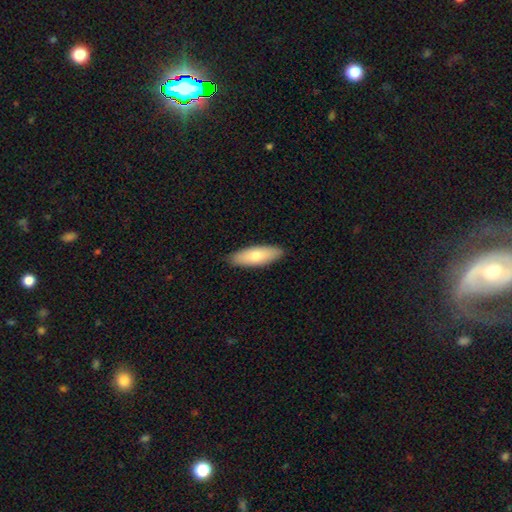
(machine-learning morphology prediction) This appears to be a smooth galaxy with no disk features (72%) that is in between round and cigar-shaped (61%). Merging: none (89%).